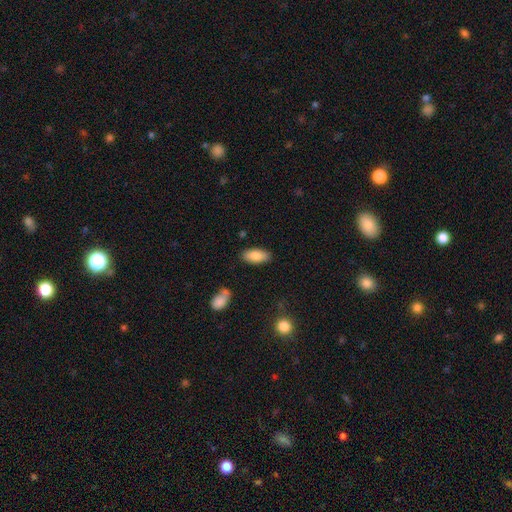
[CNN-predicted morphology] This appears to be a smooth galaxy with no disk features (83%) that is in between round and cigar-shaped (90%). Merging: none (85%).